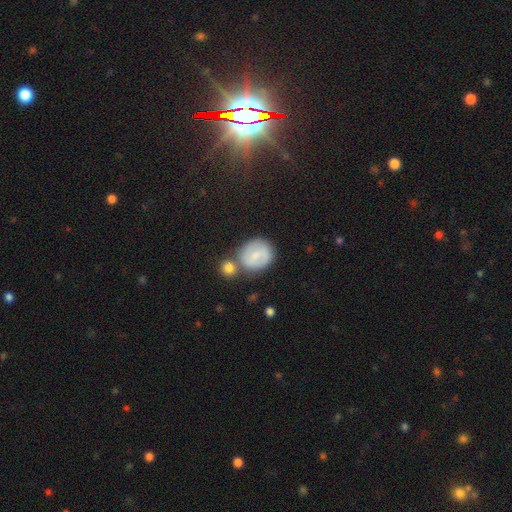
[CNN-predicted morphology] A smooth galaxy with no disk features (63%) that is round (73%). Merging: none (56%).